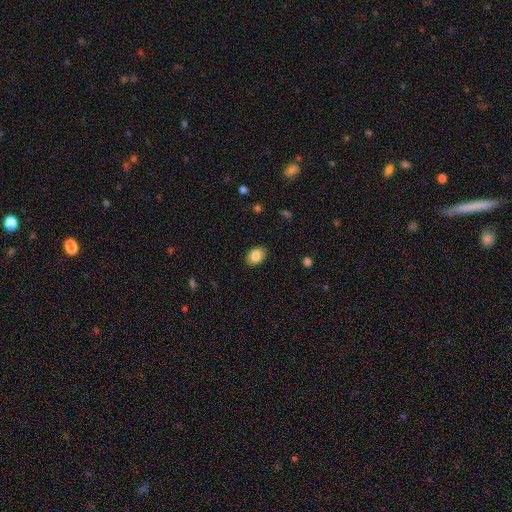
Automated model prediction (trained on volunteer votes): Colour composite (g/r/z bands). It shows a smooth galaxy with no disk features (86%) that is in between round and cigar-shaped (82%). Merging: none (87%).